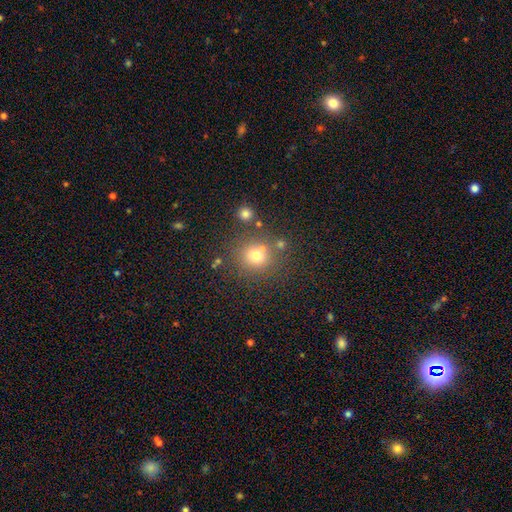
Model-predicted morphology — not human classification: A smooth galaxy with no disk features (72%) that is round (89%).

Vote fractions:
- Smooth or featured? smooth: 72% / star or artifact: 18% / featured or disk: 11%
- How rounded? round: 89% / in between: 10% / cigar-shaped: 1%
- Merging? none: 73% / merger: 13% / minor disturbance: 10% / major disturbance: 4%